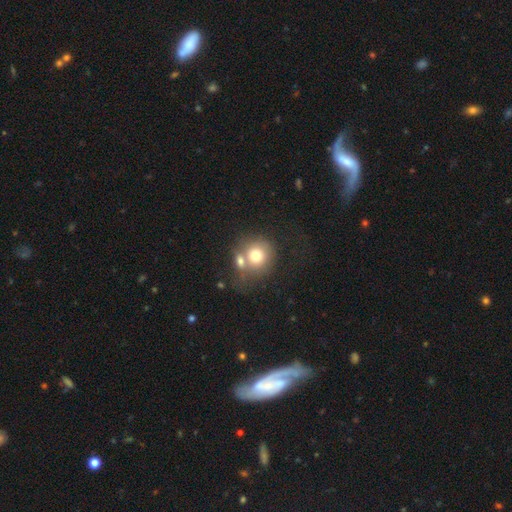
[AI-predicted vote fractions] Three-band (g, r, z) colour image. It shows a smooth galaxy with no disk features (72%) that is round (86%). Merging: merger (44%).